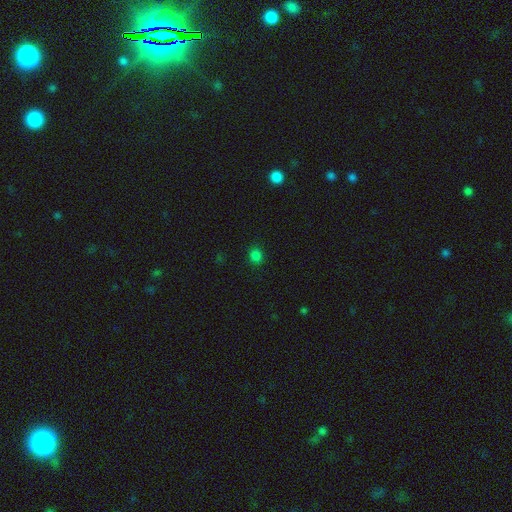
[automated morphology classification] A smooth galaxy with no disk features (80%) that is round (76%).

Vote fractions:
- Smooth or featured? smooth: 80% / star or artifact: 16% / featured or disk: 3%
- How rounded? round: 76% / in between: 22% / cigar-shaped: 1%
- Merging? none: 89% / minor disturbance: 8% / major disturbance: 2% / merger: 1%